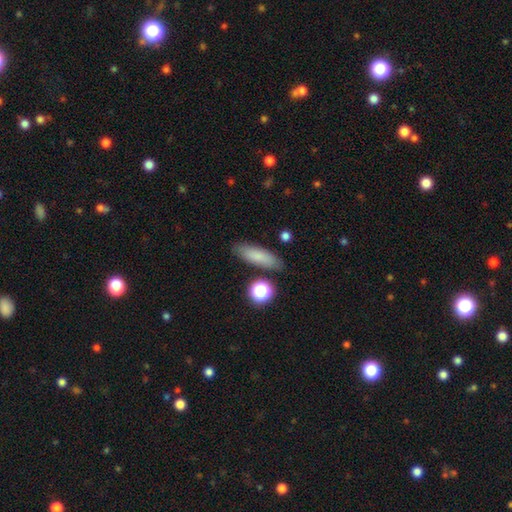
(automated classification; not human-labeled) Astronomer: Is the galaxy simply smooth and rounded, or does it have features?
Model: smooth — 80%.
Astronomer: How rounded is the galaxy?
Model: cigar-shaped — 50% (runner-up: in between, 46%).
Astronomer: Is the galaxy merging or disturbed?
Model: none — 83%.